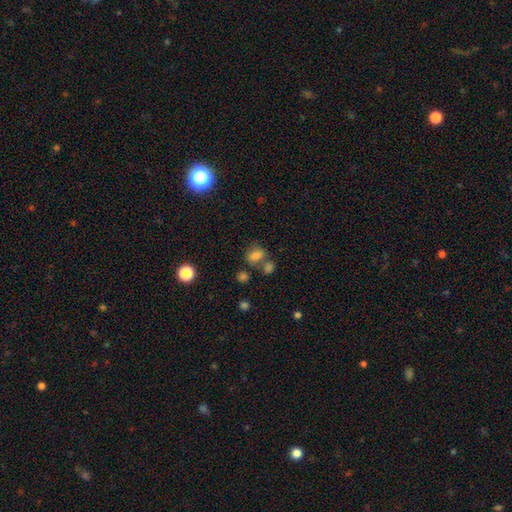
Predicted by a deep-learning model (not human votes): A smooth galaxy with no disk features (73%) that is in between round and cigar-shaped (59%).

Vote fractions:
- Smooth or featured? smooth: 73% / star or artifact: 15% / featured or disk: 12%
- How rounded? in between: 59% / round: 40% / cigar-shaped: 2%
- Merging? none: 47% / merger: 29% / minor disturbance: 16% / major disturbance: 8%